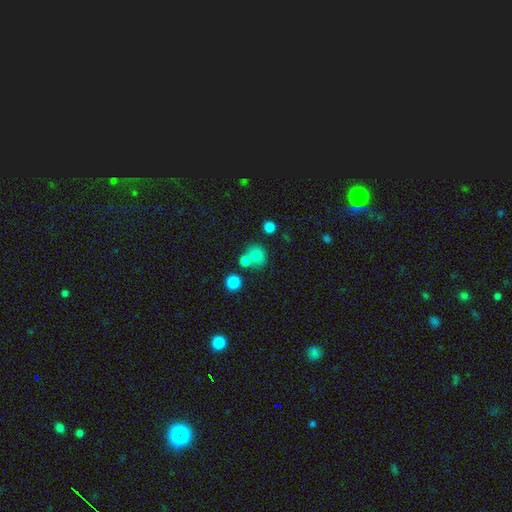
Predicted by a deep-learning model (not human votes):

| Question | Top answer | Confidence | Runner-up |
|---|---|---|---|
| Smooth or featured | smooth | 76% | star or artifact (14%) |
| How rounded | round | 79% | in between (20%) |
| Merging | none | 57% | merger (28%) |